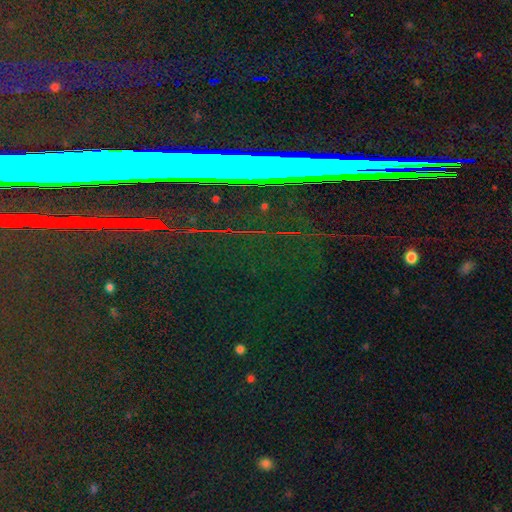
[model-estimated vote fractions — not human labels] Smooth or featured? Predicted: star or artifact (p=0.79).